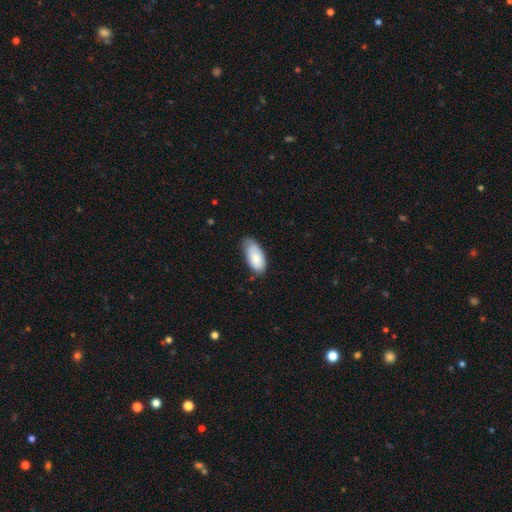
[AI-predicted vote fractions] The model was most divided on "merging": none: 61%, minor disturbance: 33%, major disturbance: 5%, merger: 2%. More confident: how rounded — in between (93%); smooth or featured — smooth (81%).